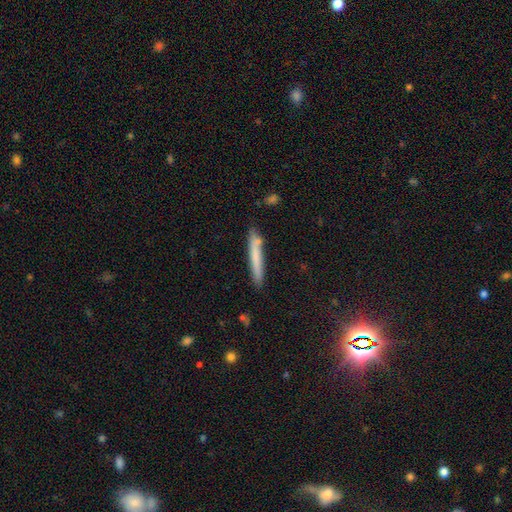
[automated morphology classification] smooth-or-featured: smooth: 70% | featured or disk: 23% | star or artifact: 7%
  how-rounded: cigar-shaped: 96% | in between: 3% | round: 1%
  merging: none: 83% | minor disturbance: 12% | merger: 2% | major disturbance: 2%